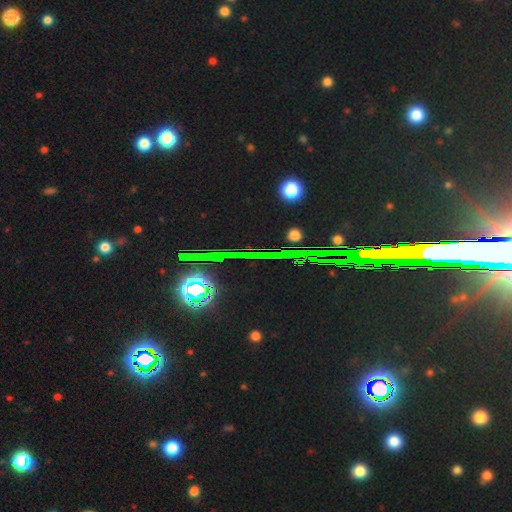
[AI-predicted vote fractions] This is clearly a star or artifact rather than a galaxy (80%).